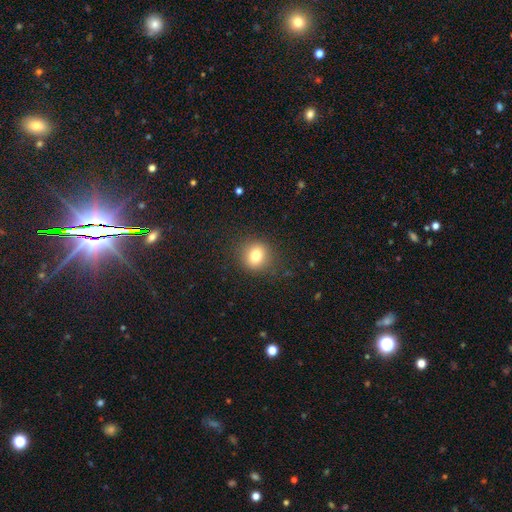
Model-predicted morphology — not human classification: This is likely a smooth galaxy (79%). How rounded: likely round (78%). Merging: clearly none (86%).